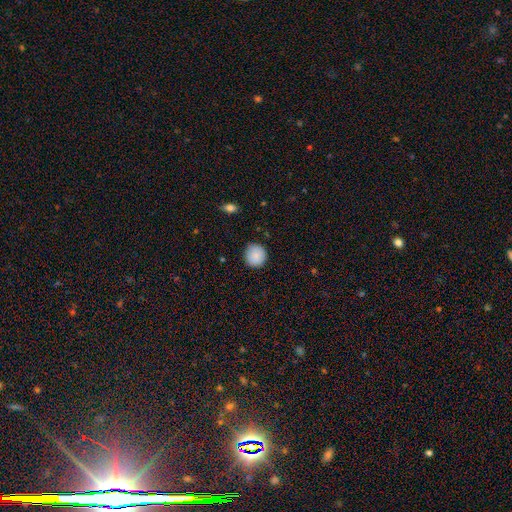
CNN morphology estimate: Smooth or featured? smooth (89%)
How rounded? round (90%)
Merging? none (88%)